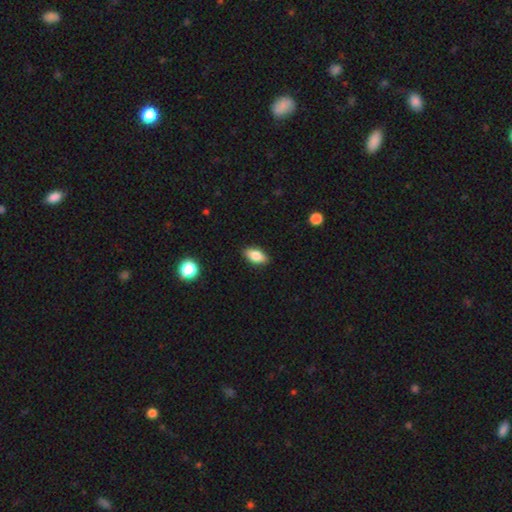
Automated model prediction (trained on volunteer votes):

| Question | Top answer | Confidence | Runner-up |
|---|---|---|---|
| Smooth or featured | smooth | 78% | featured or disk (14%) |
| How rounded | in between | 86% | cigar-shaped (9%) |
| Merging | none | 88% | minor disturbance (9%) |